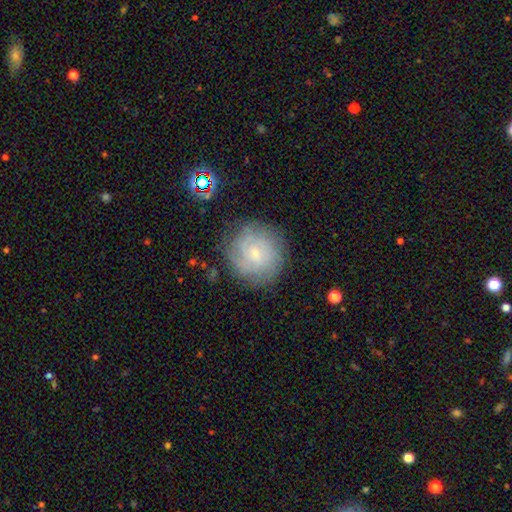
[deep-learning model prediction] Morphology: type=featured or disk (54%); edge-on=no (97%); bar=no (70%); spiral arms=yes (86%); bulge=small (72%); merging=none (82%).